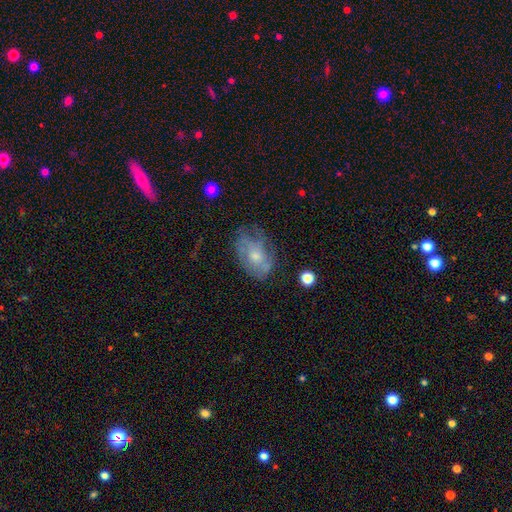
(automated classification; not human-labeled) Smooth or featured?
  - featured or disk: 52% *
  - smooth: 39%
  - star or artifact: 9%
Edge-on disk?
  - no: 95% *
  - yes: 5%
Merging?
  - none: 53% *
  - minor disturbance: 28%
  - major disturbance: 16%
  - merger: 3%